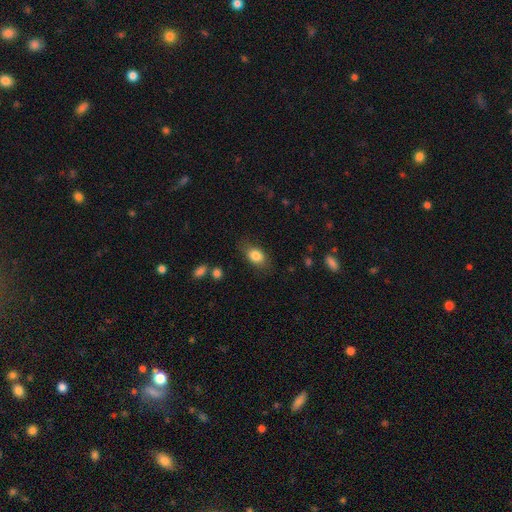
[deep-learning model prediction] Smooth or featured? smooth (83%)
How rounded? in between (83%)
Merging? none (78%)